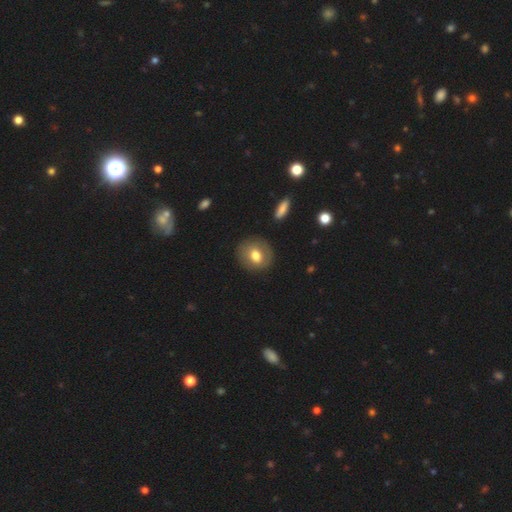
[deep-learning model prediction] Q: Smooth or featured?
A: smooth (67%); runner-up: featured or disk (25%)
Q: How rounded?
A: round (72%); runner-up: in between (27%)
Q: Merging?
A: none (84%); runner-up: minor disturbance (10%)